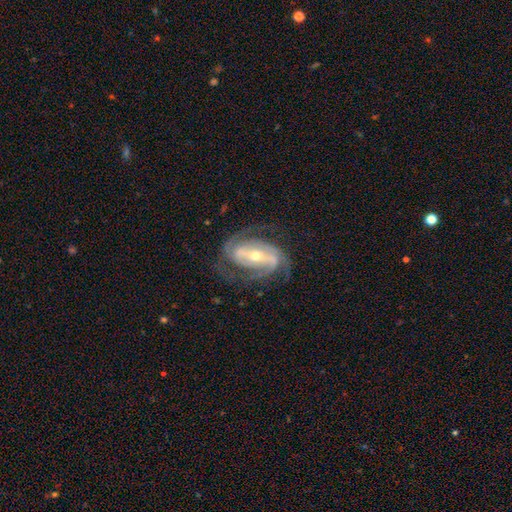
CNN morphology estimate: A featured or disk galaxy (90%) with a strong bar (56%), 2 (65%) medium (46%) spiral arms (96%) and a small central bulge (49%). Merging: none (71%).